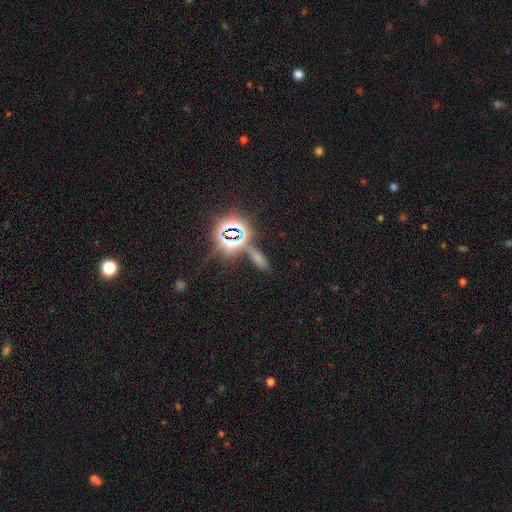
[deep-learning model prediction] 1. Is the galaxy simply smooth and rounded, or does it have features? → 62% star or artifact, 27% smooth, 11% featured or disk.